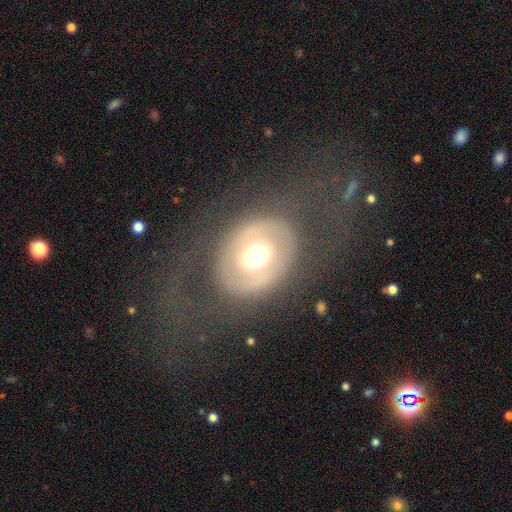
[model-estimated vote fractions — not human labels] smooth-or-featured: featured or disk: 54% | smooth: 38% | star or artifact: 8%
  disk-edge-on: no: 93% | yes: 7%
    bar: no: 78% | weak: 14% | strong: 8%
    has-spiral-arms: no: 82% | yes: 18%
    bulge-size: moderate: 44% | large: 40% | dominant: 12% | small: 3% | none: 1%
  merging: none: 68% | major disturbance: 18% | minor disturbance: 13% | merger: 1%